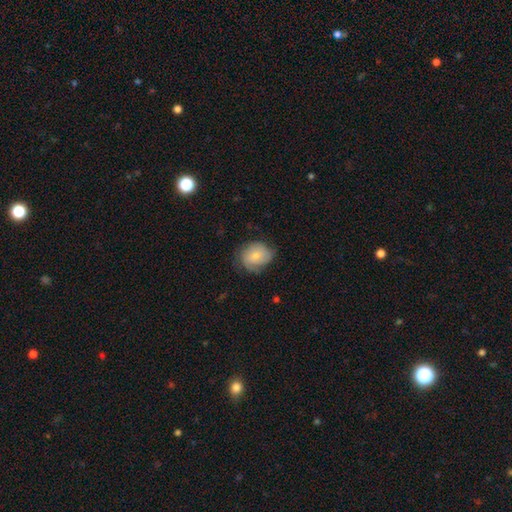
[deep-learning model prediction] Morphology: type=smooth (67%); roundness=round (60%); merging=none (59%).